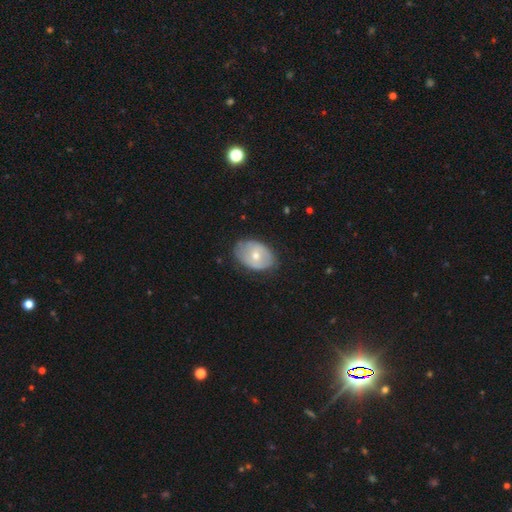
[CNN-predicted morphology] This is possibly a smooth galaxy (50%). How rounded: likely in between (77%). Merging: likely none (67%).